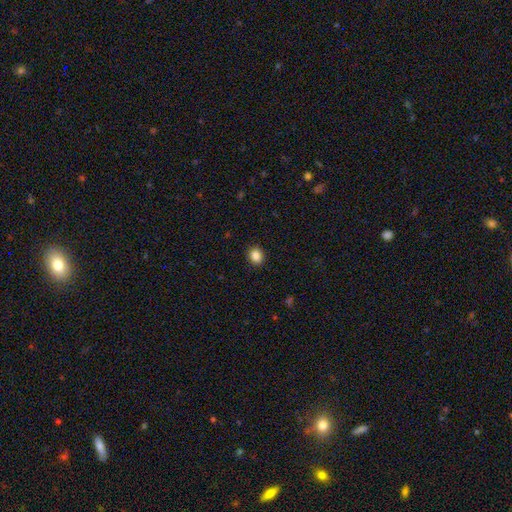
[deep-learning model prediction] Smooth or featured?
  - smooth: 87% *
  - star or artifact: 10%
  - featured or disk: 3%
How rounded?
  - round: 68% *
  - in between: 31%
  - cigar-shaped: 1%
Merging?
  - none: 91% *
  - minor disturbance: 6%
  - major disturbance: 2%
  - merger: 1%